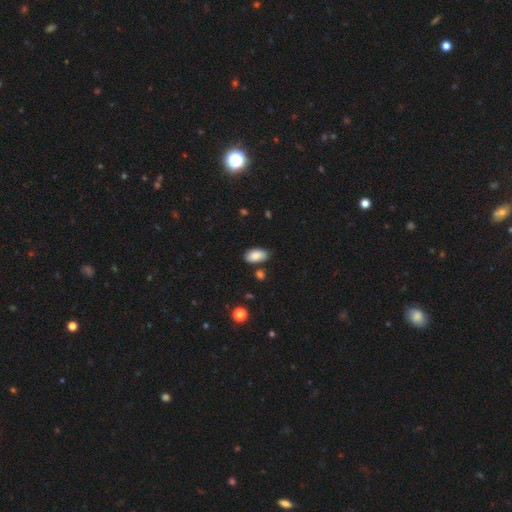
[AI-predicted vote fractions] Smooth or featured: smooth — 86% (star or artifact — 7%)
How rounded: in between — 93% (round — 4%)
Merging: none — 74% (minor disturbance — 17%)